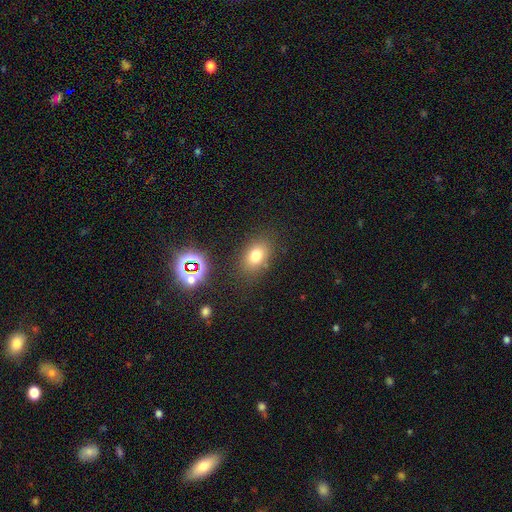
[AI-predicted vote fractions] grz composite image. It shows a smooth galaxy with no disk features (74%) that is in between round and cigar-shaped (75%). Merging: none (81%).